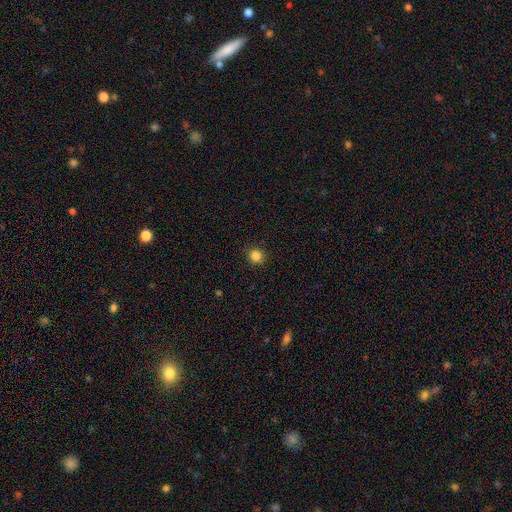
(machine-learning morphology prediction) A smooth galaxy with no disk features (84%) that is round (90%). Merging: none (89%).